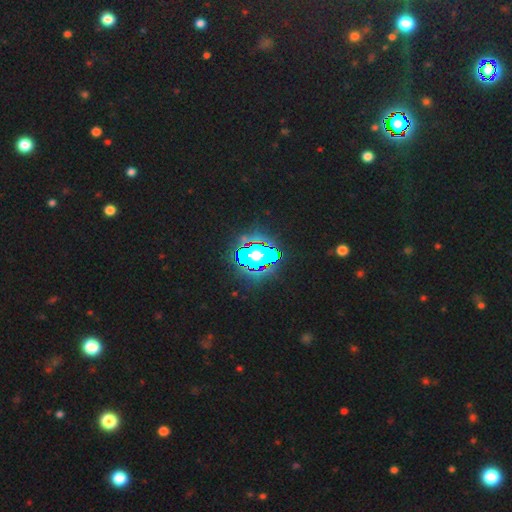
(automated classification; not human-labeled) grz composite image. It shows a star or artifact, not a galaxy (71%).